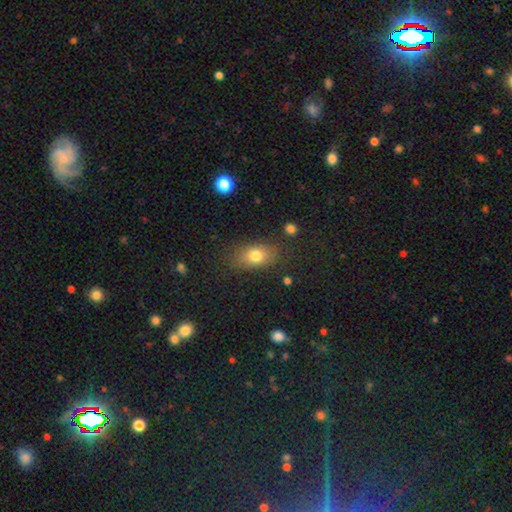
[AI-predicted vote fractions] A smooth galaxy with no disk features (78%) that is in between round and cigar-shaped (80%). Merging: none (79%).